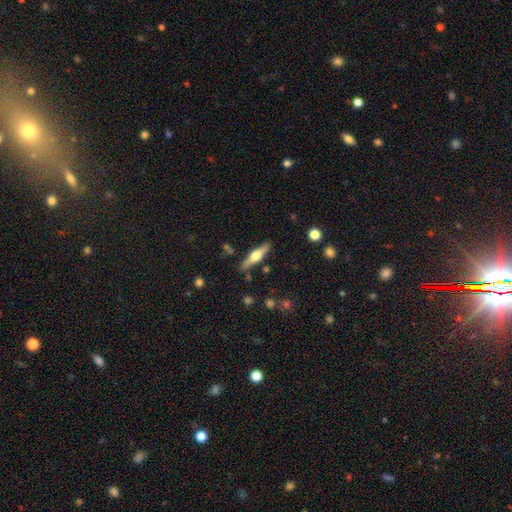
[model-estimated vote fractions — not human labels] A featured or disk galaxy (62%) viewed edge-on (96%) with a rounded central bulge (93%). Merging: none (85%).